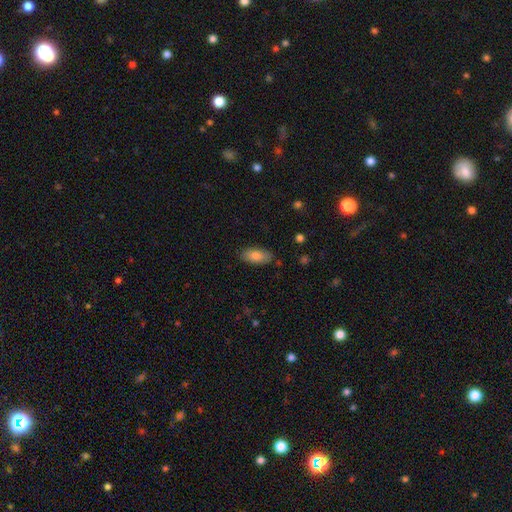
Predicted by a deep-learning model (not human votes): A smooth galaxy with no disk features (82%) that is in between round and cigar-shaped (89%).

Vote fractions:
- Smooth or featured? smooth: 82% / featured or disk: 11% / star or artifact: 6%
- How rounded? in between: 89% / cigar-shaped: 9% / round: 2%
- Merging? none: 83% / minor disturbance: 13% / major disturbance: 3% / merger: 1%